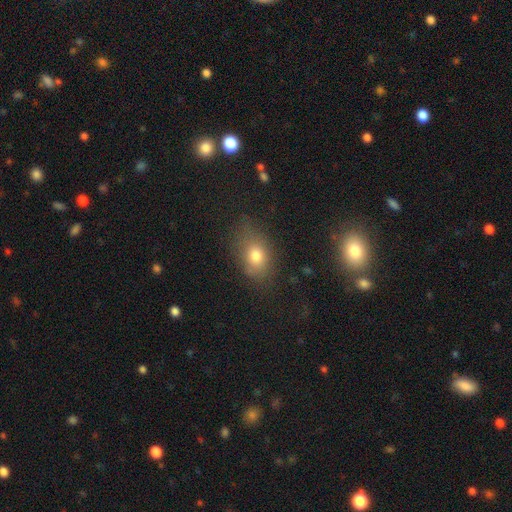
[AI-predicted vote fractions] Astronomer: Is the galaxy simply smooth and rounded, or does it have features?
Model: smooth — 75%.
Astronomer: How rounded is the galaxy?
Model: in between — 69%.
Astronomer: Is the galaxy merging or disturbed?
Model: none — 71%.